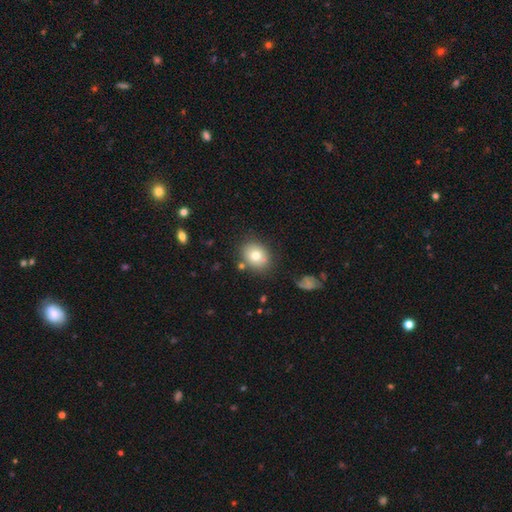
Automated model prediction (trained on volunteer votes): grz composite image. It shows a smooth galaxy with no disk features (76%) that is in between round and cigar-shaped (54%). Merging: none (79%).